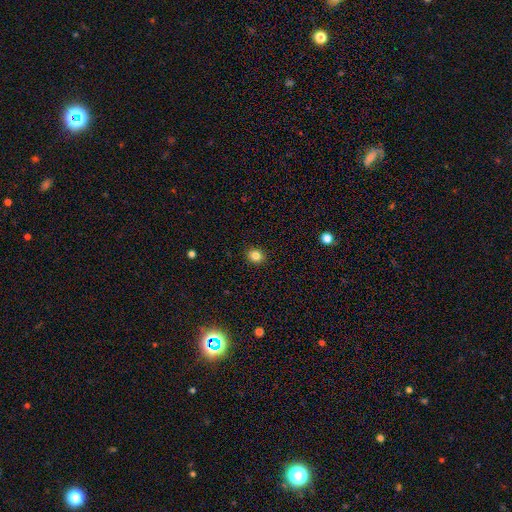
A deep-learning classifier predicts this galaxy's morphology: Smooth or featured? smooth (83%)
How rounded? round (70%)
Merging? none (91%)